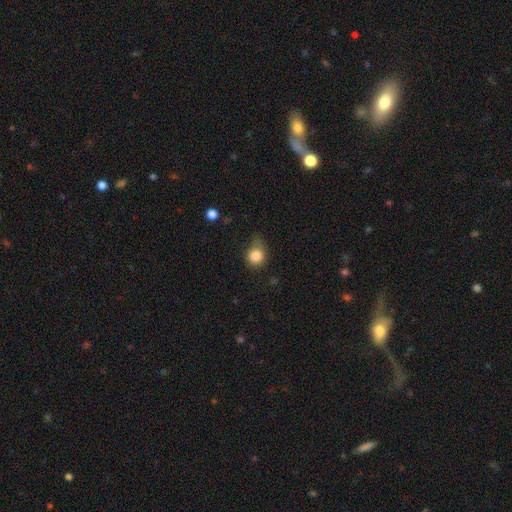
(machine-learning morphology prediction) A smooth galaxy with no disk features (85%) that is round (74%). Merging: none (48%).